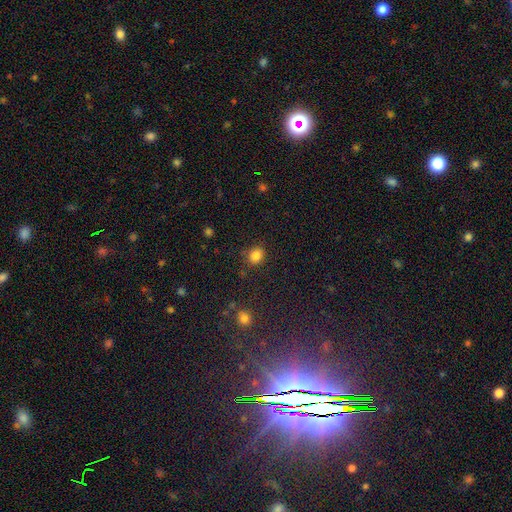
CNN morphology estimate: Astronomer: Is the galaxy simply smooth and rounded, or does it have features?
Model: smooth — 84%.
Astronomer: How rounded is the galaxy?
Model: round — 65%.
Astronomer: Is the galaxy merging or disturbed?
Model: none — 83%.